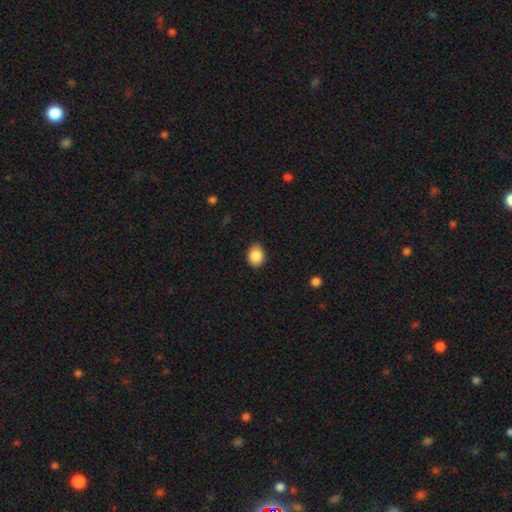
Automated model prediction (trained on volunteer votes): Smooth or featured: smooth — 88% (star or artifact — 8%)
How rounded: in between — 51% (round — 48%)
Merging: none — 88% (minor disturbance — 9%)